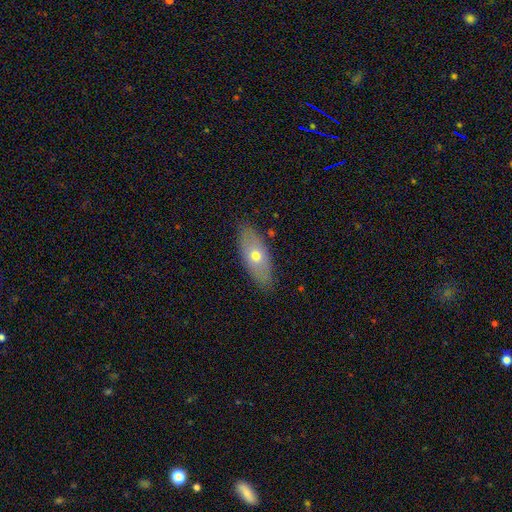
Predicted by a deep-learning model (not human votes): Q: Smooth or featured?
A: smooth (59%); runner-up: featured or disk (34%)
Q: How rounded?
A: in between (80%); runner-up: cigar-shaped (16%)
Q: Merging?
A: none (84%); runner-up: minor disturbance (12%)